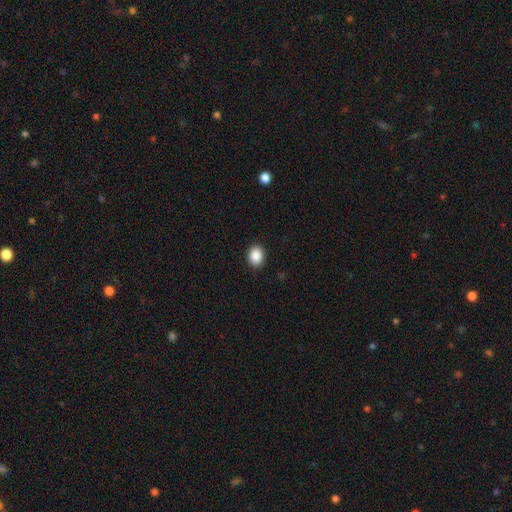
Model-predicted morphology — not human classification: A smooth galaxy with no disk features (89%) that is in between round and cigar-shaped (57%). Merging: none (90%).